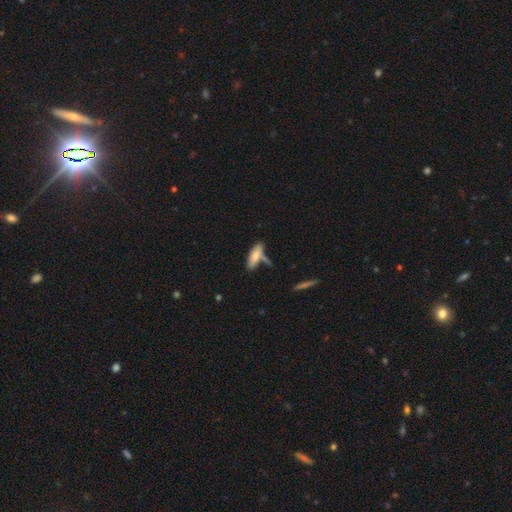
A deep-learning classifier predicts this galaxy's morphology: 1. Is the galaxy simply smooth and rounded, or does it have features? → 72% smooth, 21% featured or disk, 7% star or artifact.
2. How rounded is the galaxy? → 58% in between, 40% cigar-shaped, 2% round.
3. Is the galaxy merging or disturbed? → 55% none, 20% minor disturbance, 19% merger, 6% major disturbance.